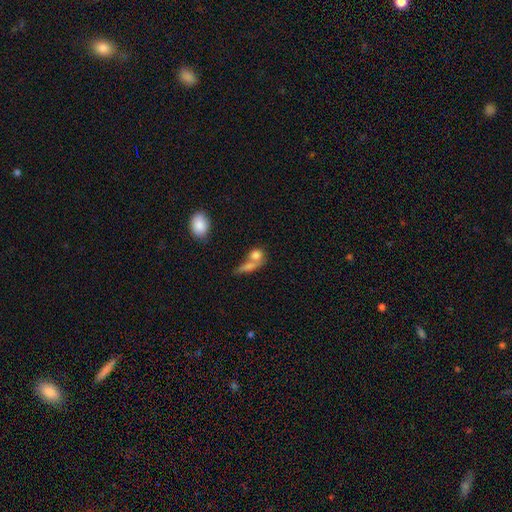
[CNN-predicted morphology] A smooth galaxy with no disk features (78%) that is round (52%).

Vote fractions:
- Smooth or featured? smooth: 78% / featured or disk: 13% / star or artifact: 9%
- How rounded? round: 52% / in between: 39% / cigar-shaped: 10%
- Merging? merger: 53% / none: 31% / minor disturbance: 9% / major disturbance: 7%